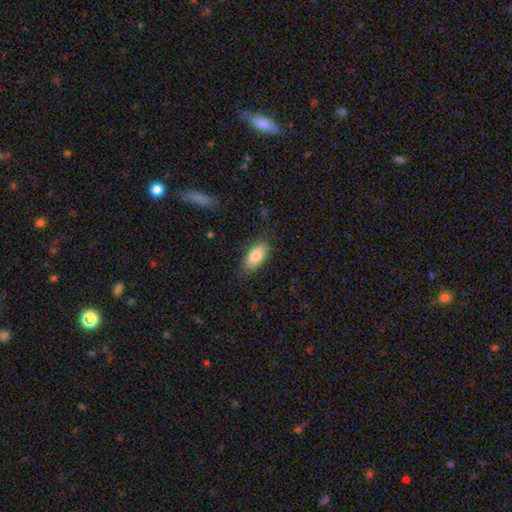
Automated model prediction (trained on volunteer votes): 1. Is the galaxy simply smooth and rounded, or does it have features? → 82% smooth, 11% featured or disk, 7% star or artifact.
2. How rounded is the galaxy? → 89% in between, 8% cigar-shaped, 3% round.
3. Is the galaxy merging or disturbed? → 80% none, 15% minor disturbance, 4% major disturbance, 1% merger.